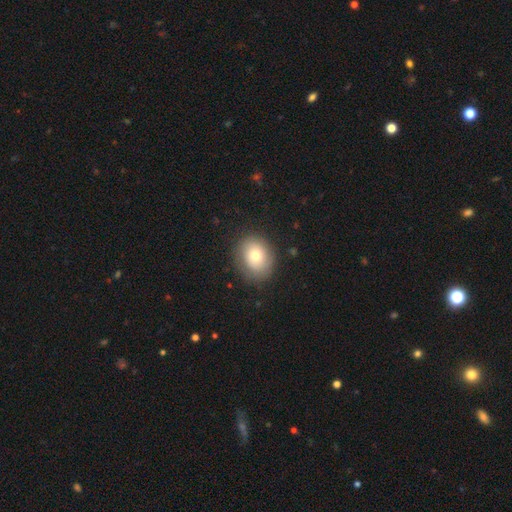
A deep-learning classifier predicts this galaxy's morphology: A smooth galaxy with no disk features (75%) that is round (62%). Merging: none (82%).